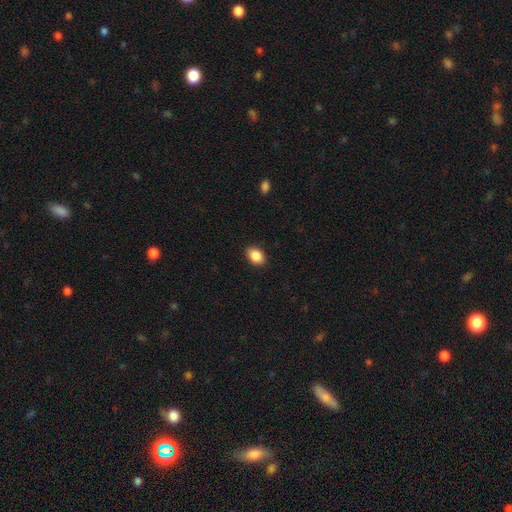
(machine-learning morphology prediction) smooth-or-featured: smooth: 88% | star or artifact: 8% | featured or disk: 4%
  how-rounded: in between: 77% | round: 22% | cigar-shaped: 1%
  merging: none: 89% | minor disturbance: 8% | major disturbance: 2% | merger: 1%